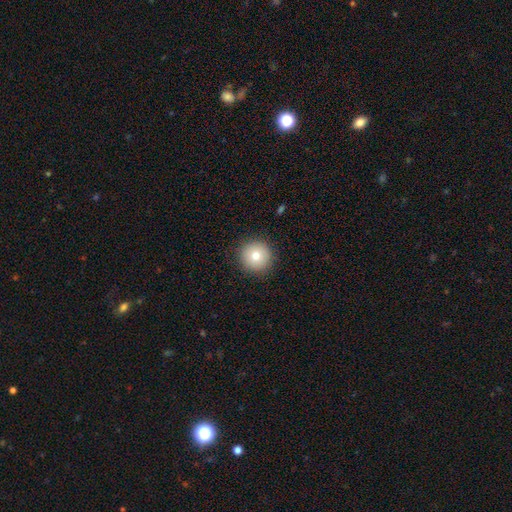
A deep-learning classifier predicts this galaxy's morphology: This is likely a smooth galaxy (77%). How rounded: clearly round (96%). Merging: clearly none (91%).